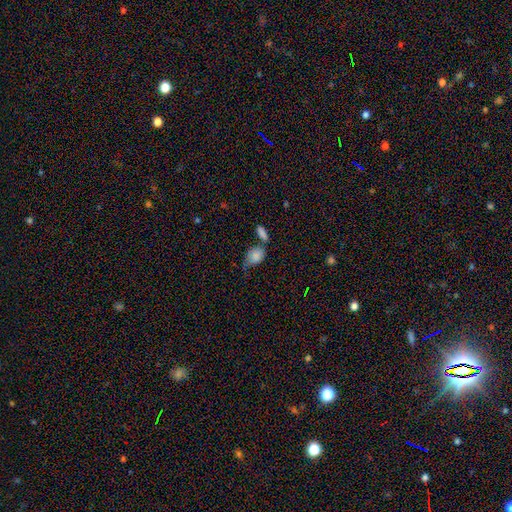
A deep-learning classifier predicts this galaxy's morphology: The model was most divided on "merging": none: 31%, minor disturbance: 27%, merger: 26%, major disturbance: 15%. More confident: smooth or featured — smooth (82%); how rounded — in between (81%).